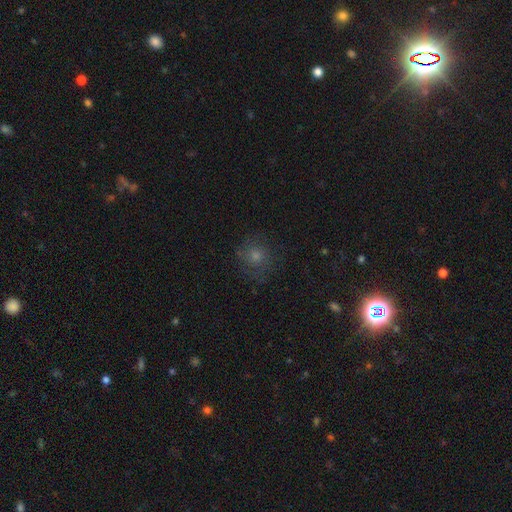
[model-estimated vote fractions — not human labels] Smooth or featured? smooth (45%)
Merging? none (78%)